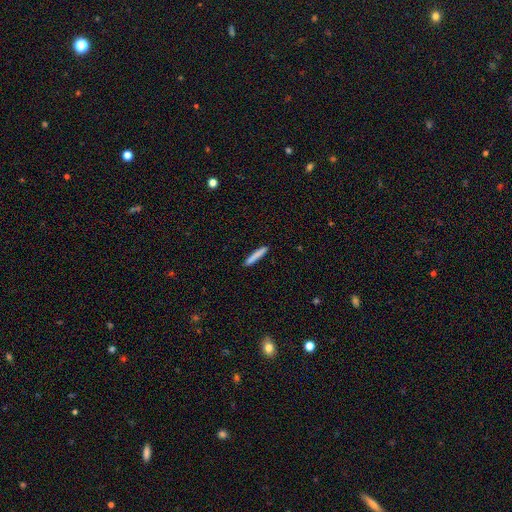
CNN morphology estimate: Smooth or featured? smooth (83%)
How rounded? cigar-shaped (94%)
Merging? none (91%)